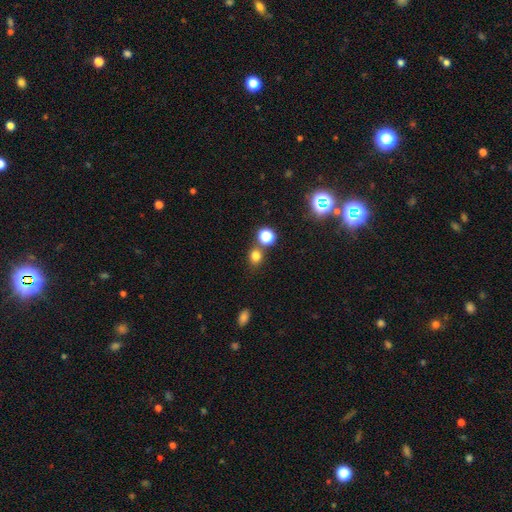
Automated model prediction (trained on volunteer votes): Smooth or featured: smooth — 76% (star or artifact — 18%)
How rounded: round — 73% (in between — 26%)
Merging: none — 71% (merger — 16%)